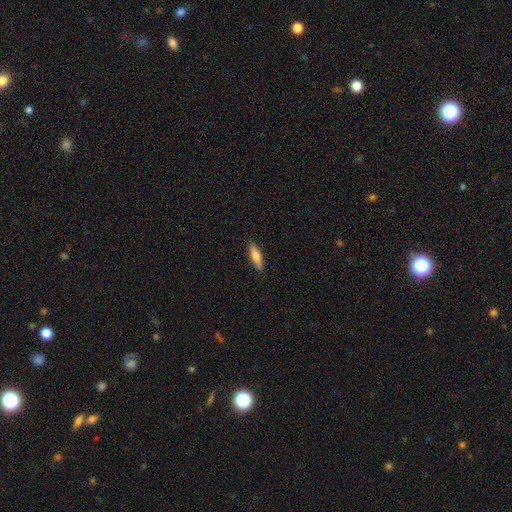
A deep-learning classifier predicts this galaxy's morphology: Q: Smooth or featured?
A: smooth (73%); runner-up: featured or disk (21%)
Q: How rounded?
A: cigar-shaped (70%); runner-up: in between (29%)
Q: Merging?
A: none (90%); runner-up: minor disturbance (8%)